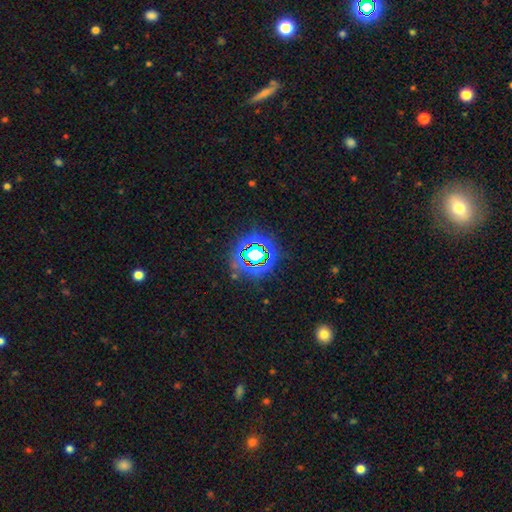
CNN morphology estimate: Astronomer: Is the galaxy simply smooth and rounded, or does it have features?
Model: star or artifact — 74%.